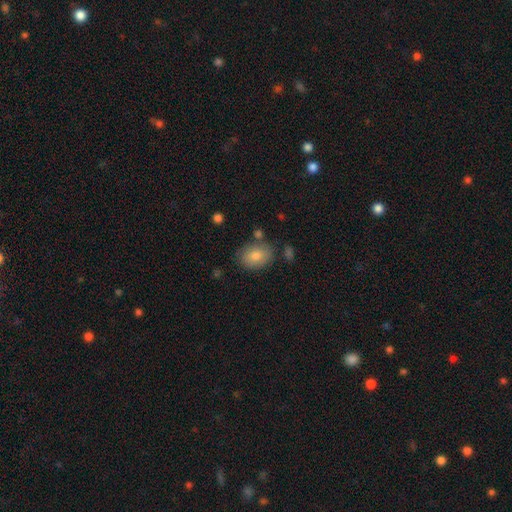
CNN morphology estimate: Overall: smooth (82%). How rounded: in between (70%). Merging: none (75%).